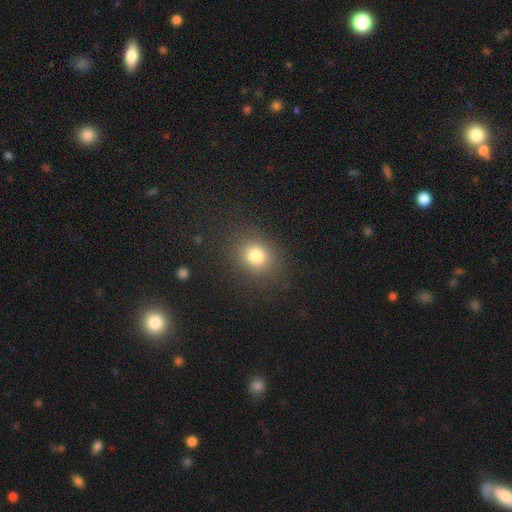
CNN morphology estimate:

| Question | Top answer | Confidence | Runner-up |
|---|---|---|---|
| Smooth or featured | smooth | 79% | star or artifact (14%) |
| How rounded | round | 67% | in between (32%) |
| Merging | none | 85% | minor disturbance (9%) |